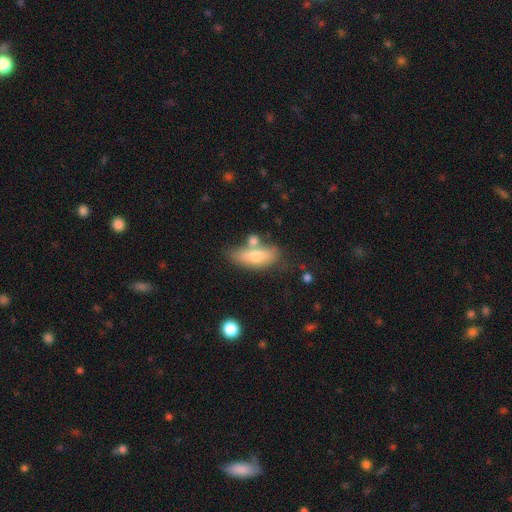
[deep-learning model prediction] Smooth or featured: smooth — 66% (featured or disk — 26%)
How rounded: in between — 69% (cigar-shaped — 27%)
Merging: none — 57% (merger — 20%)